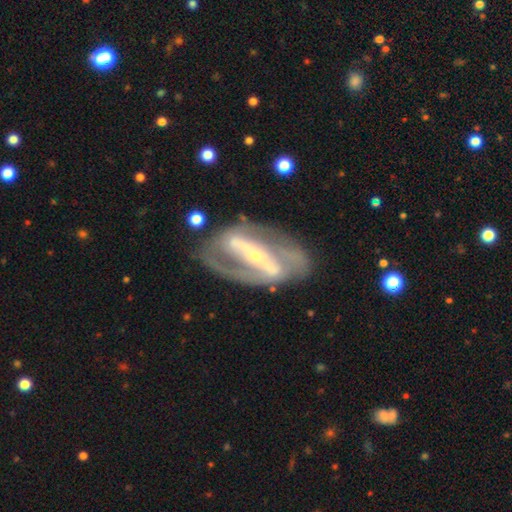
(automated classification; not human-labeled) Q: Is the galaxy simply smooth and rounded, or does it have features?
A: featured or disk — 86%.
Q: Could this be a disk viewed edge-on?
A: no — 89%.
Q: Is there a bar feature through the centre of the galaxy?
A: strong — 81%.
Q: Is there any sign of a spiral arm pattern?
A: yes — 73%.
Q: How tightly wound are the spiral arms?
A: medium — 41%.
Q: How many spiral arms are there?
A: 2 — 78%.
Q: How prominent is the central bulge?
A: small — 72%.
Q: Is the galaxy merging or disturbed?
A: none — 69%.